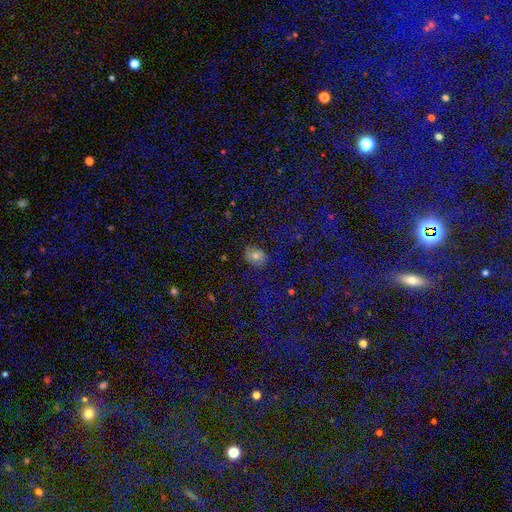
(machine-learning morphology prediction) smooth-or-featured: smooth: 63% | featured or disk: 21% | star or artifact: 16%
  how-rounded: in between: 51% | round: 48% | cigar-shaped: 1%
  merging: none: 77% | minor disturbance: 16% | major disturbance: 6% | merger: 1%